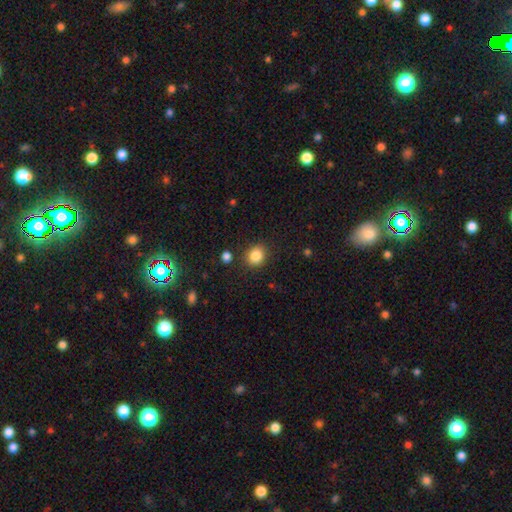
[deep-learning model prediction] Morphology: type=smooth (86%); roundness=round (73%); merging=none (85%).